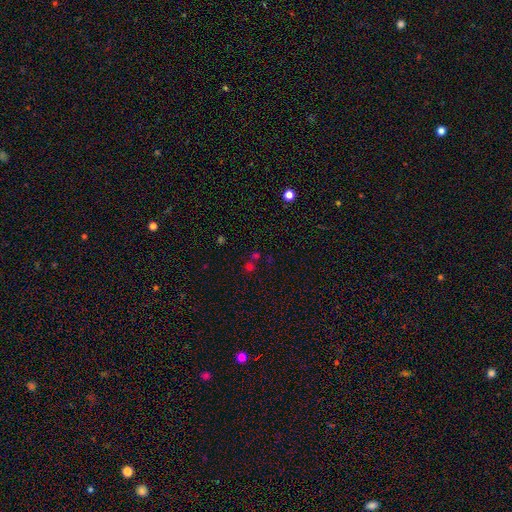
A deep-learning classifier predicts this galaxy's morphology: This appears to be a smooth galaxy with no disk features (47%). Merging: none (56%).